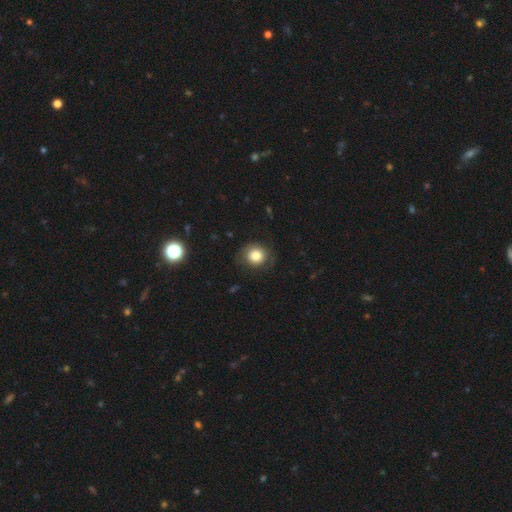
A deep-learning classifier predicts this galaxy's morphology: This appears to be a smooth galaxy with no disk features (77%) that is round (84%). Merging: none (76%).